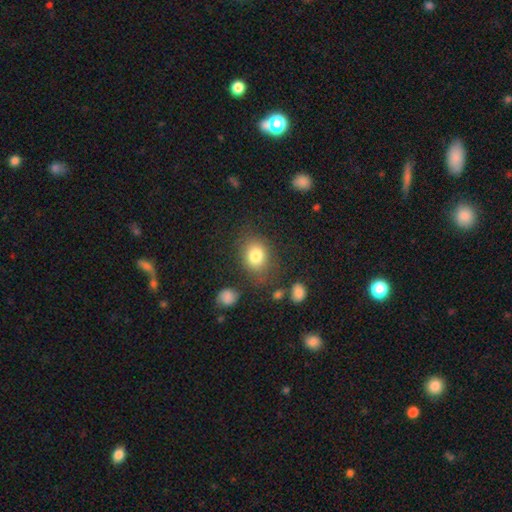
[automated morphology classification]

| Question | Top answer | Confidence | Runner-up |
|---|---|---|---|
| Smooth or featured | smooth | 81% | star or artifact (10%) |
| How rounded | round | 51% | in between (48%) |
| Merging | none | 74% | minor disturbance (16%) |